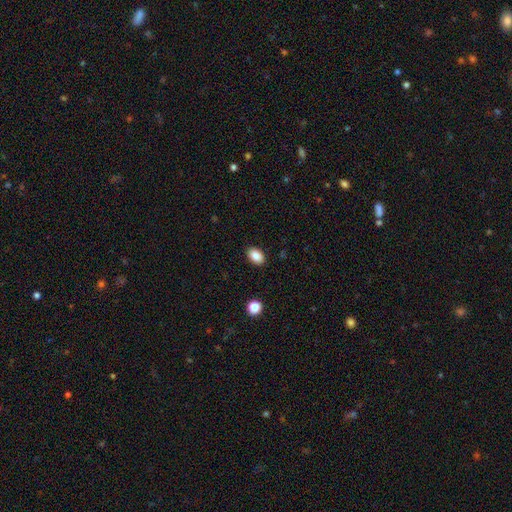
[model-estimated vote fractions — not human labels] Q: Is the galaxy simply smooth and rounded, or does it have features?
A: smooth — 86%.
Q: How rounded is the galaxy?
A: in between — 88%.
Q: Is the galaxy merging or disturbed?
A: none — 89%.